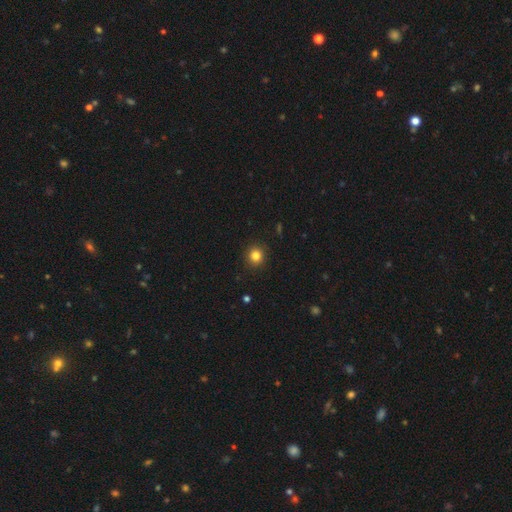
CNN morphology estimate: A smooth galaxy with no disk features (83%) that is round (92%). Merging: none (92%).